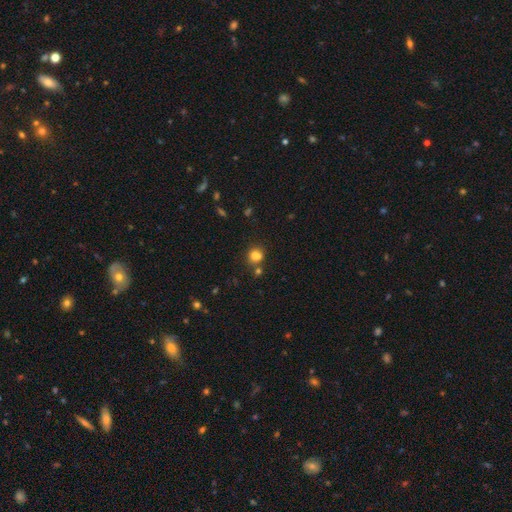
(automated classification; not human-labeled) A smooth galaxy with no disk features (78%) that is round (71%). Merging: none (57%).